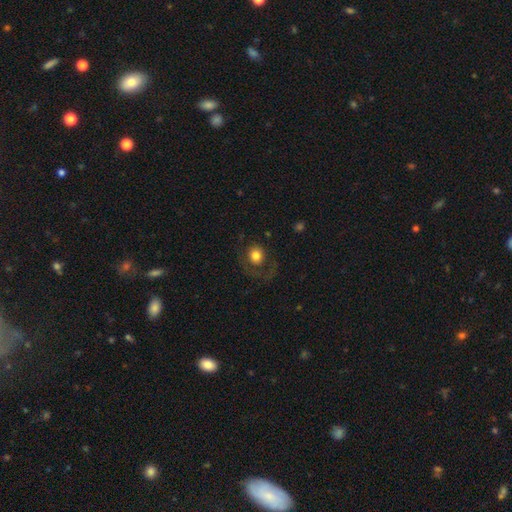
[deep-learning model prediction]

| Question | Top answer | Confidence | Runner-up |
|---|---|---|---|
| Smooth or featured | smooth | 72% | featured or disk (18%) |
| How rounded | round | 77% | in between (22%) |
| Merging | none | 58% | major disturbance (24%) |